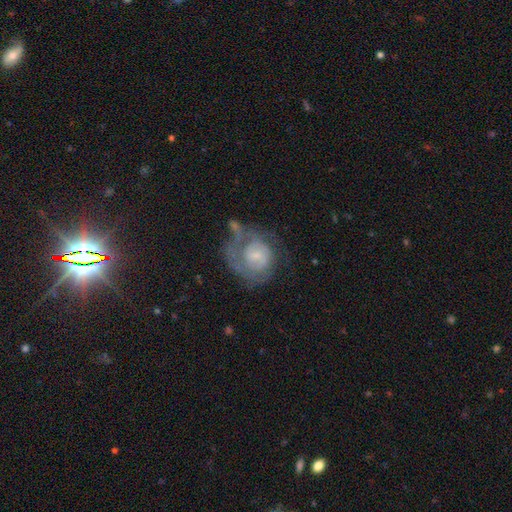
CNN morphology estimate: A featured or disk galaxy (74%) with no bar (61%), 2 (33%) tight (54%) spiral arms (85%) and a small central bulge (65%).

Vote fractions:
- Smooth or featured? featured or disk: 74% / smooth: 20% / star or artifact: 7%
- Edge-on disk? no: 98% / yes: 2%
- Bar? no: 61% / weak: 34% / strong: 5%
- Spiral arms? yes: 85% / no: 15%
- Spiral winding? tight: 54% / medium: 32% / loose: 14%
- Spiral arm count? 2: 33% / can't tell: 29% / 1: 24% / 3: 8% / 4: 3% / more than 4: 3%
- Bulge size? small: 65% / moderate: 24% / none: 7% / large: 3% / dominant: 1%
- Merging? none: 36% / major disturbance: 32% / minor disturbance: 21% / merger: 10%